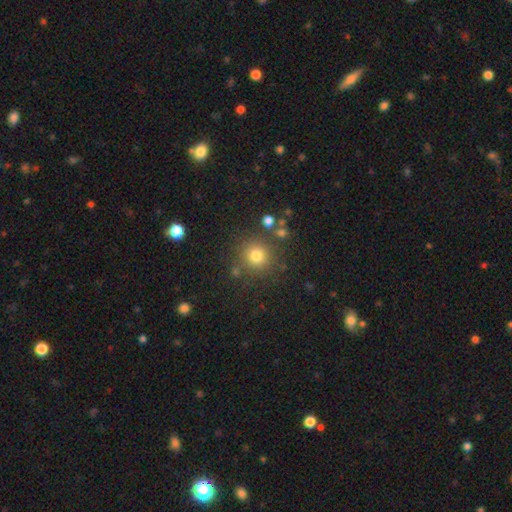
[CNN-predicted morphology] smooth-or-featured: smooth: 77% | star or artifact: 16% | featured or disk: 7%
  how-rounded: round: 93% | in between: 6% | cigar-shaped: 1%
  merging: none: 82% | minor disturbance: 9% | merger: 5% | major disturbance: 4%